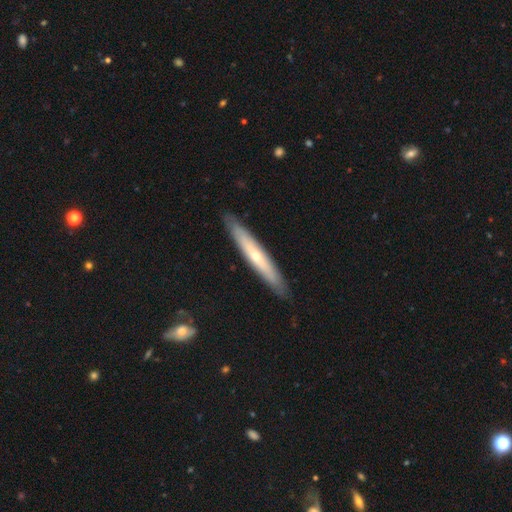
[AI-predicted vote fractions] Smooth or featured? Predicted: featured or disk (p=0.54). Edge-on disk? Predicted: yes (p=0.83). Merging? Predicted: none (p=0.89).